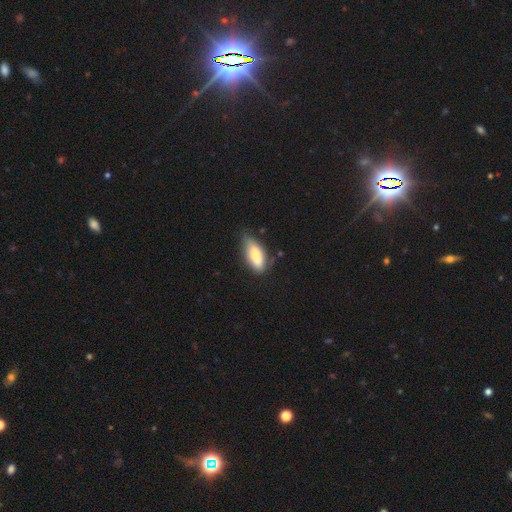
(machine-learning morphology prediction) Smooth or featured? Predicted: smooth (p=0.76). How rounded? Predicted: in between (p=0.77). Merging? Predicted: none (p=0.62).